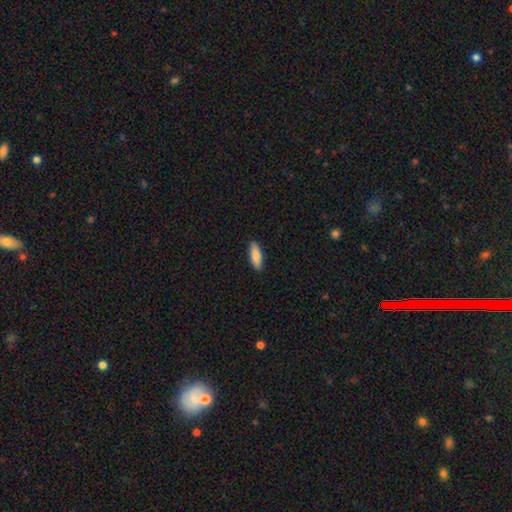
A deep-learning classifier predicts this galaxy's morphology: Smooth or featured: smooth — 86% (featured or disk — 8%)
How rounded: in between — 59% (cigar-shaped — 39%)
Merging: none — 89% (minor disturbance — 8%)